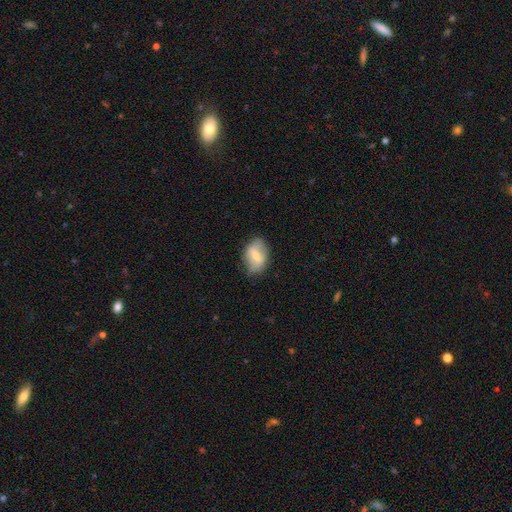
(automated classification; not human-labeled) Q: Smooth or featured?
A: smooth (62%); runner-up: featured or disk (31%)
Q: How rounded?
A: in between (83%); runner-up: round (16%)
Q: Merging?
A: none (73%); runner-up: minor disturbance (21%)